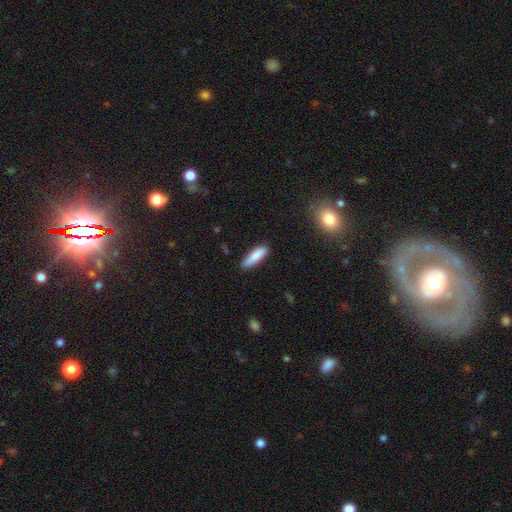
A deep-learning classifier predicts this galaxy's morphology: Smooth or featured? smooth (83%)
How rounded? cigar-shaped (69%)
Merging? none (81%)